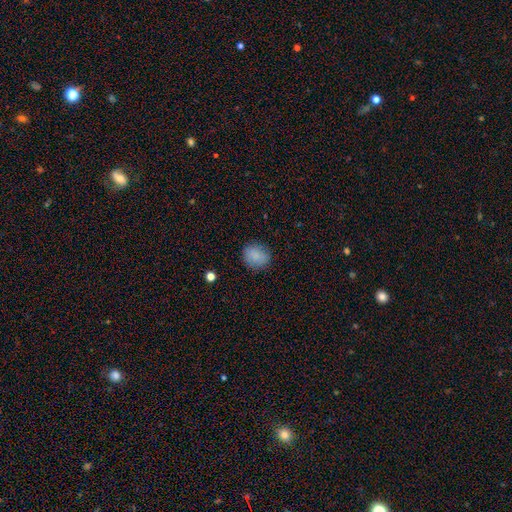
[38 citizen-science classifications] This is clearly a smooth galaxy (84%). How rounded: likely round (78%). Merging: likely none (77%).